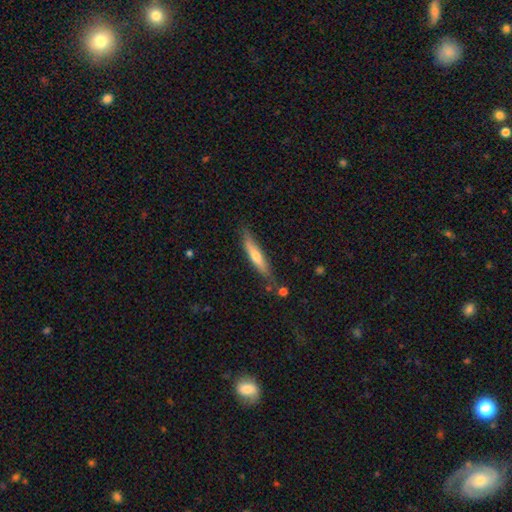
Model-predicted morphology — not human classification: Smooth or featured: smooth — 50% (featured or disk — 43%)
How rounded: cigar-shaped — 89% (in between — 10%)
Merging: none — 75% (minor disturbance — 18%)